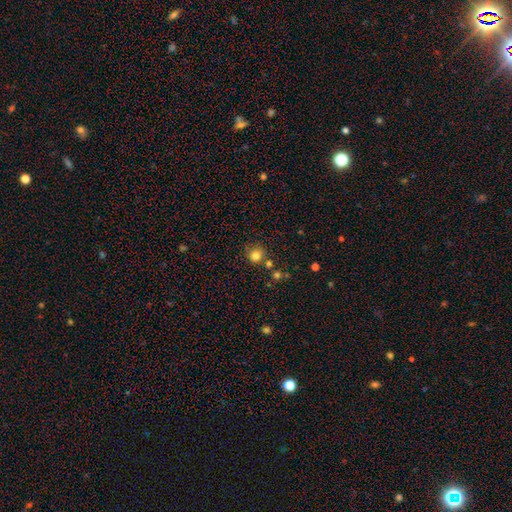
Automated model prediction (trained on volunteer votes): smooth_or_featured: smooth (p=0.81) [alt: star or artifact p=0.13]
how_rounded: round (p=0.90) [alt: in between p=0.09]
merging: none (p=0.73) [alt: merger p=0.12]